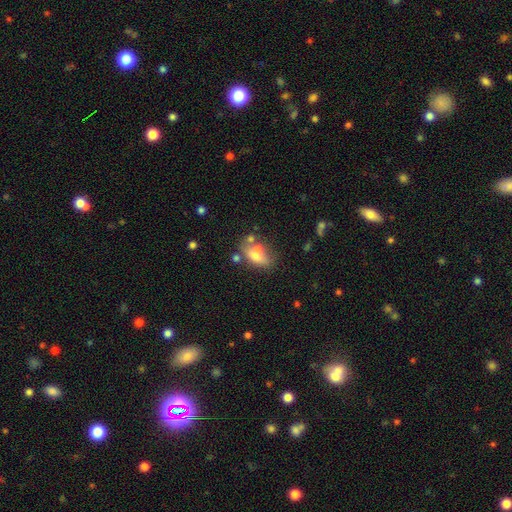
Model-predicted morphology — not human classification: A smooth galaxy with no disk features (56%) that is in between round and cigar-shaped (76%).

Vote fractions:
- Smooth or featured? smooth: 56% / featured or disk: 32% / star or artifact: 12%
- How rounded? in between: 76% / round: 16% / cigar-shaped: 8%
- Merging? none: 37% / merger: 33% / minor disturbance: 17% / major disturbance: 13%